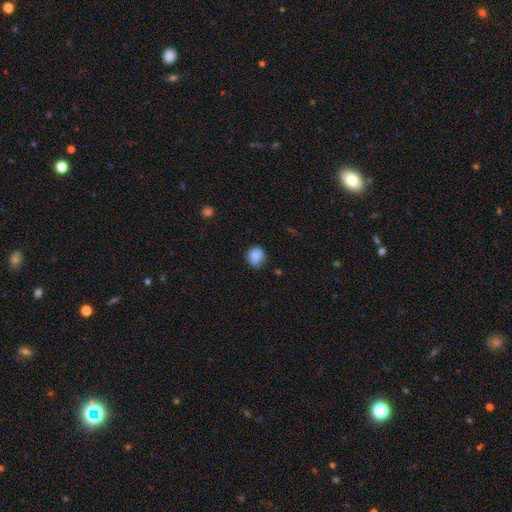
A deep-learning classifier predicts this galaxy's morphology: Smooth or featured?
  - smooth: 86% *
  - star or artifact: 9%
  - featured or disk: 6%
How rounded?
  - round: 83% *
  - in between: 16%
  - cigar-shaped: 1%
Merging?
  - none: 75% *
  - minor disturbance: 20%
  - major disturbance: 4%
  - merger: 2%